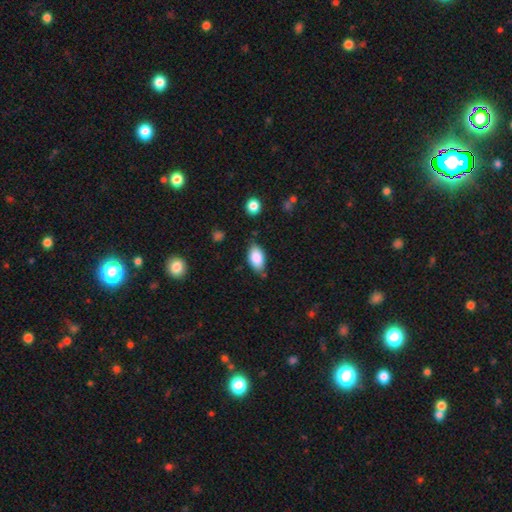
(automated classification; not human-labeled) This appears to be a smooth galaxy with no disk features (85%) that is in between round and cigar-shaped (93%). Merging: none (70%).